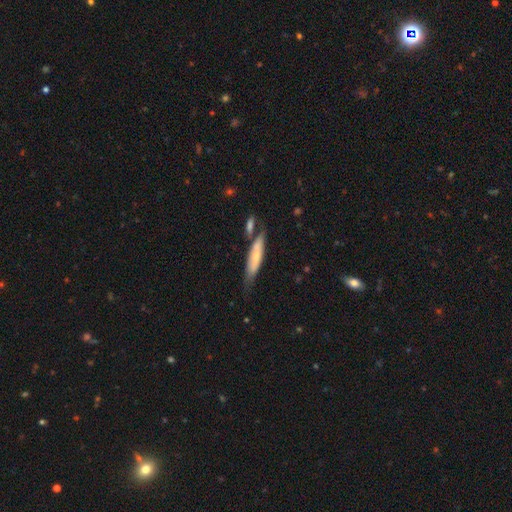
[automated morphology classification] type=smooth (55%); roundness=cigar-shaped (75%); merging=none (55%).